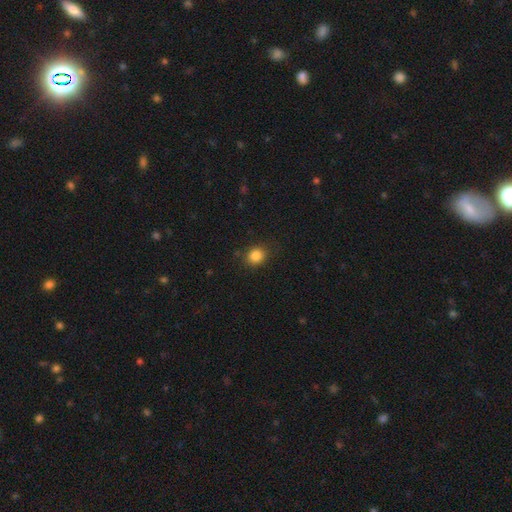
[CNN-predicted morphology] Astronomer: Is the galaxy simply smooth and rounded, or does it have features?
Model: smooth — 85%.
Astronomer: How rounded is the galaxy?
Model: round — 70%.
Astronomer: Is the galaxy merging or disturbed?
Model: none — 82%.